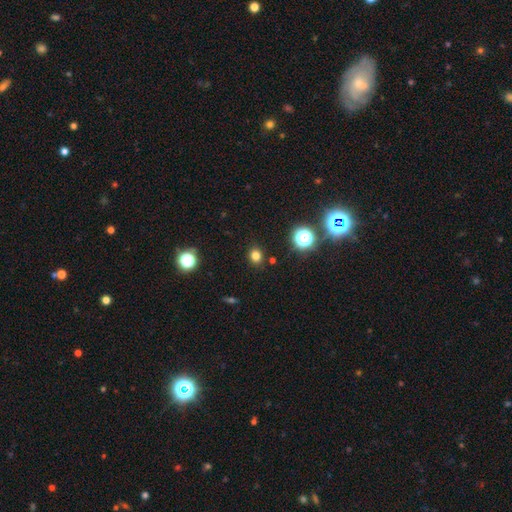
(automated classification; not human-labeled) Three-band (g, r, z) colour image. It shows a smooth galaxy with no disk features (77%) that is round (74%). Merging: none (88%).